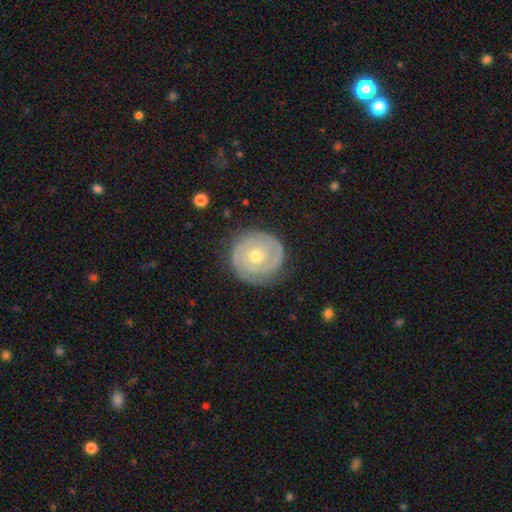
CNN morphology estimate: A featured or disk galaxy (83%) with no bar (80%), 2 (58%) tight (81%) spiral arms (91%) and a moderate central bulge (59%). Merging: none (82%).